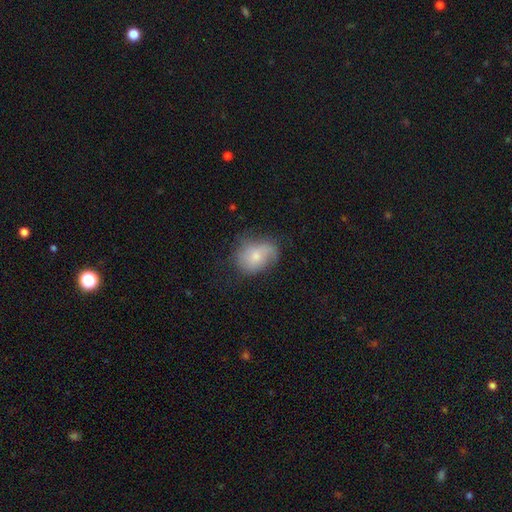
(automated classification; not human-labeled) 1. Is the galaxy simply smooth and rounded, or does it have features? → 58% smooth, 33% featured or disk, 9% star or artifact.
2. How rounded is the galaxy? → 62% in between, 37% round, 1% cigar-shaped.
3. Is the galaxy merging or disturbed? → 49% none, 32% minor disturbance, 16% major disturbance, 3% merger.